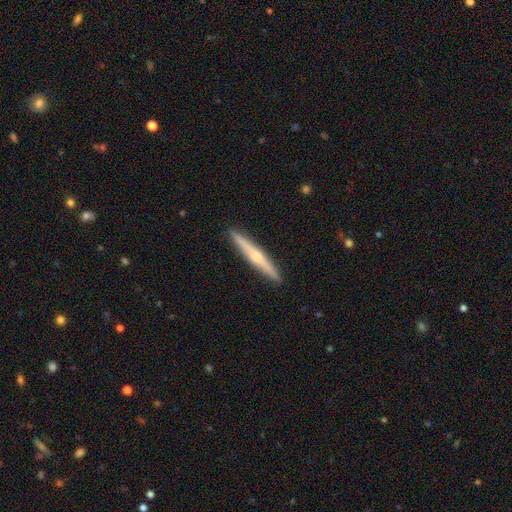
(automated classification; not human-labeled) Smooth or featured? featured or disk (61%)
Edge-on disk? yes (98%)
Edge-on bulge? rounded (75%)
Merging? none (92%)